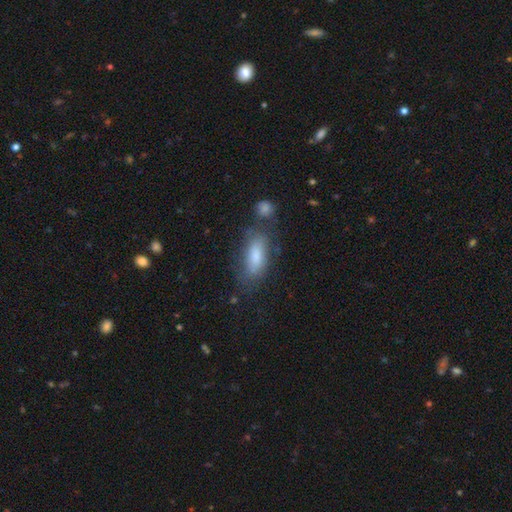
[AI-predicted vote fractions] smooth 70%, featured or disk 21%, star or artifact 9%. Down the decision tree: how rounded — in between (70%); merging — none (60%).